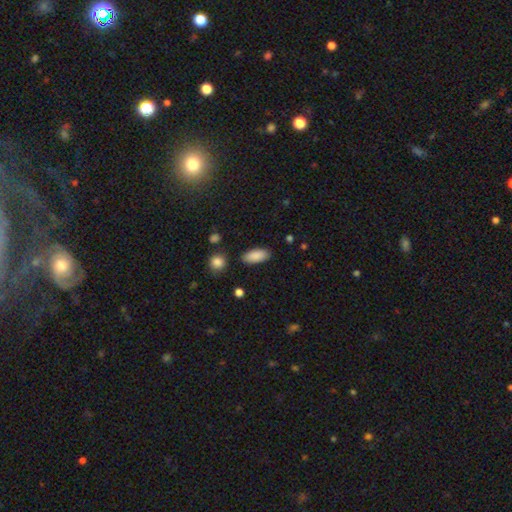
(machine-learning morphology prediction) type=smooth (88%); roundness=in between (88%); merging=none (87%).